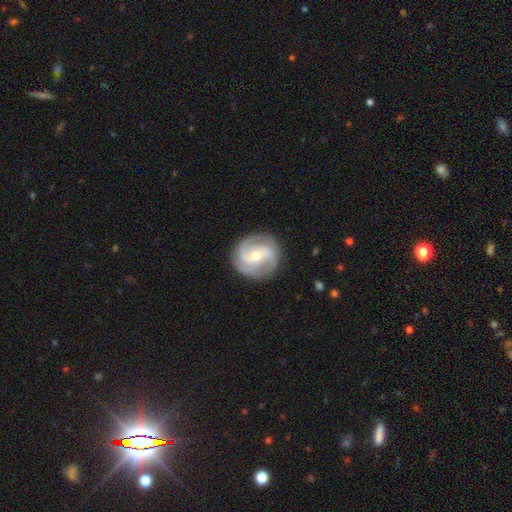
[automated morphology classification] This appears to be a featured or disk galaxy (86%) with a weak bar (45%), 3 (41%) tight (46%) spiral arms (96%) and a moderate central bulge (58%). Merging: none (85%).